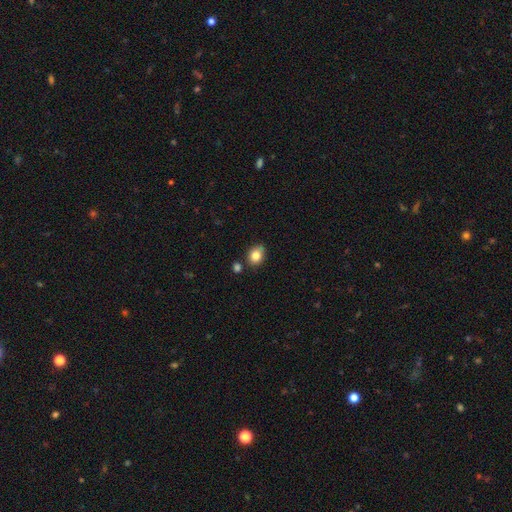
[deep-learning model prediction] A smooth galaxy with no disk features (82%) that is round (54%). Merging: none (70%).